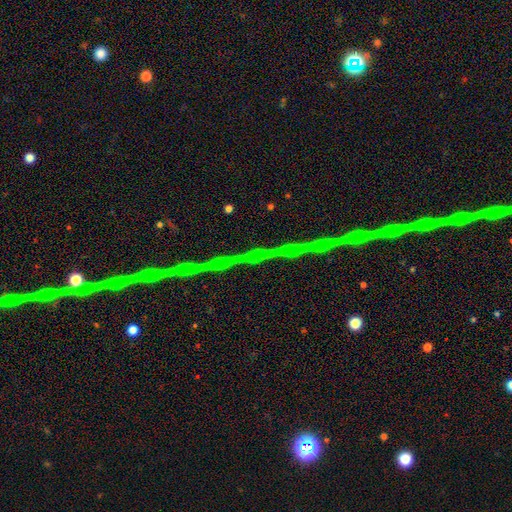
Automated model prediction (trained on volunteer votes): The model was most divided on "smooth or featured": star or artifact: 74%, featured or disk: 19%, smooth: 7%.